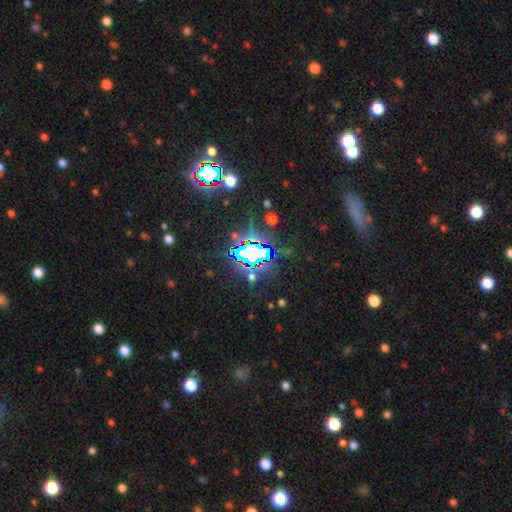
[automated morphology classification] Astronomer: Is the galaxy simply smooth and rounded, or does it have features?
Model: star or artifact — 72%.